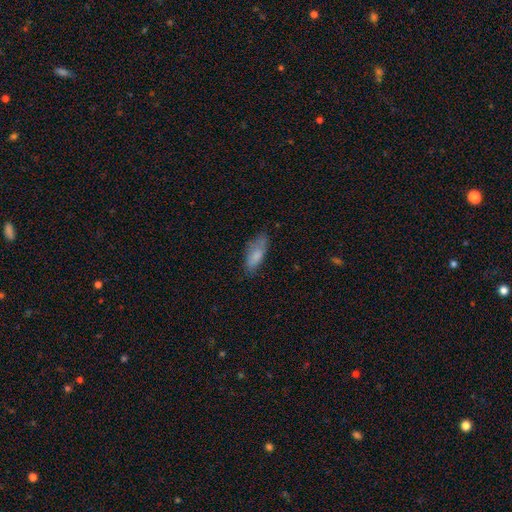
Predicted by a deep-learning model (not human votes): Smooth or featured?
  - smooth: 78% *
  - featured or disk: 15%
  - star or artifact: 7%
How rounded?
  - in between: 71% *
  - cigar-shaped: 27%
  - round: 2%
Merging?
  - none: 63% *
  - minor disturbance: 27%
  - major disturbance: 8%
  - merger: 2%